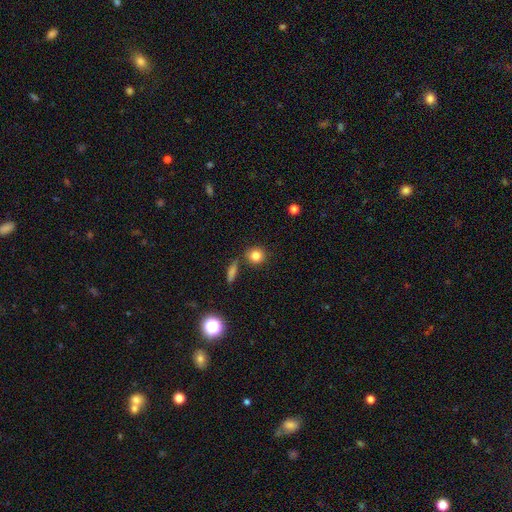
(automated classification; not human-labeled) Morphology: type=smooth (83%); roundness=round (87%); merging=none (79%).